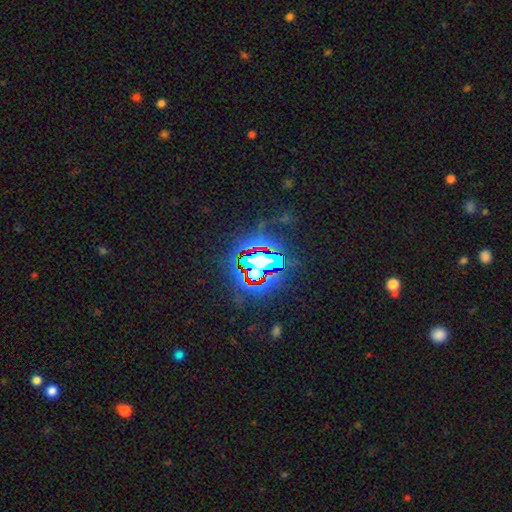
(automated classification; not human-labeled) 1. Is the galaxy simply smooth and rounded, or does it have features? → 72% star or artifact, 15% smooth, 14% featured or disk.